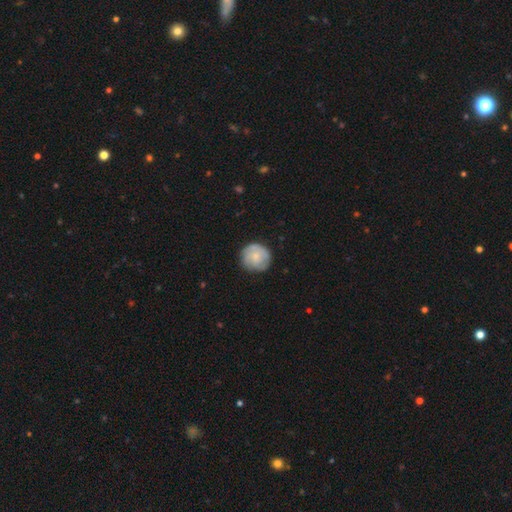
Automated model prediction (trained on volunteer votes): This appears to be a smooth galaxy with no disk features (64%) that is round (93%). Merging: none (80%).